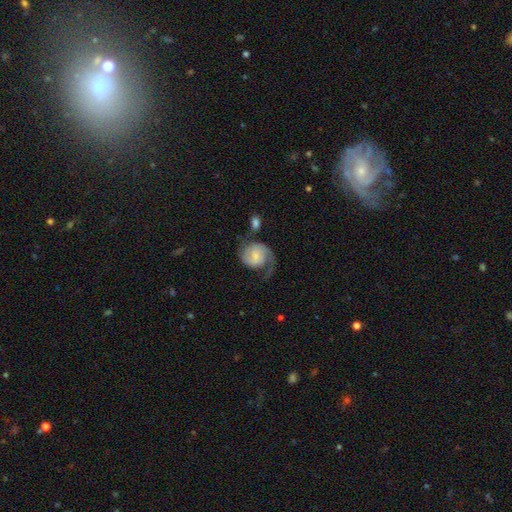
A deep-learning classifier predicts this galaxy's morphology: Smooth or featured? featured or disk (72%)
Edge-on disk? no (98%)
Bar? no (56%)
Spiral arms? yes (95%)
Spiral winding? medium (44%)
Spiral arm count? 2 (69%)
Bulge size? small (48%)
Merging? none (46%)